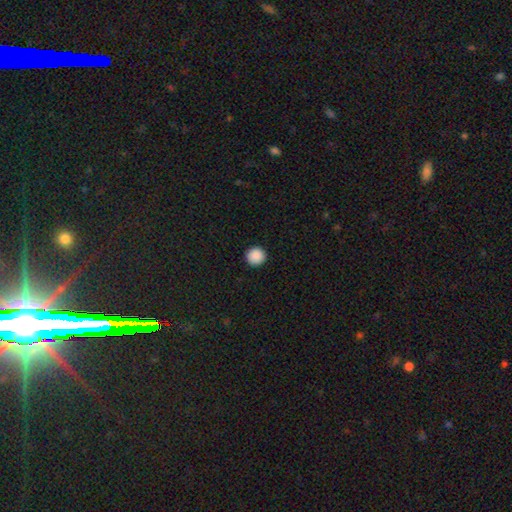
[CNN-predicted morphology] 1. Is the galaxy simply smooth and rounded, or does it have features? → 89% smooth, 9% star or artifact, 2% featured or disk.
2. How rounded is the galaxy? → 95% round, 4% in between, 1% cigar-shaped.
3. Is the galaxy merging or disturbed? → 93% none, 4% minor disturbance, 1% major disturbance, 1% merger.